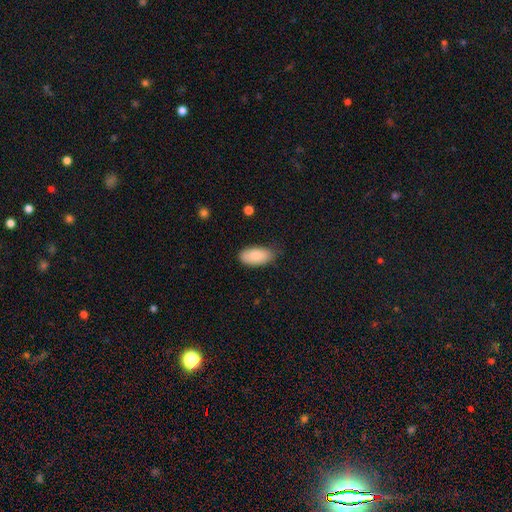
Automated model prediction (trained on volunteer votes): This appears to be a smooth galaxy with no disk features (88%) that is in between round and cigar-shaped (92%). Merging: none (77%).